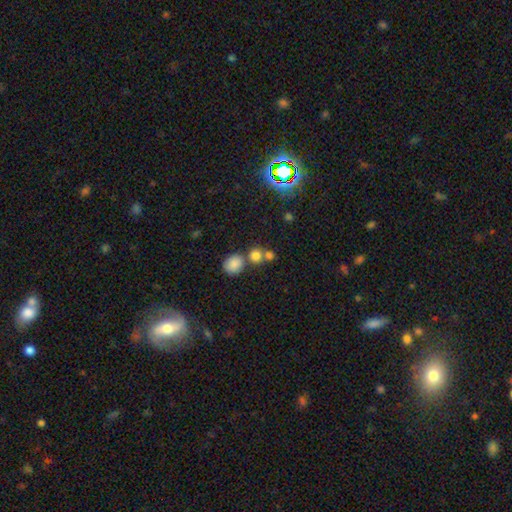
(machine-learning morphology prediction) type=smooth (77%); roundness=round (85%); merging=none (54%).